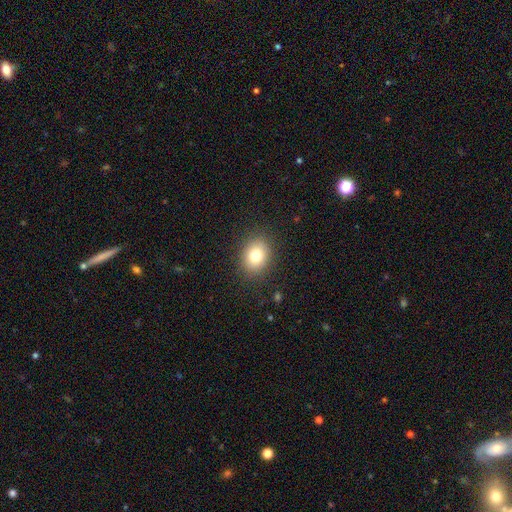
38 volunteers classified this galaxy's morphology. Smooth or featured: smooth — 79% (featured or disk — 16%)
How rounded: in between — 67% (round — 33%)
Merging: none — 92% (minor disturbance — 8%)